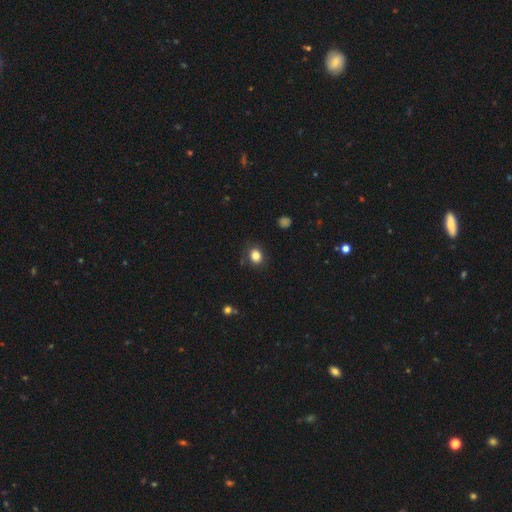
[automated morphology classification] This appears to be a smooth galaxy with no disk features (83%) that is round (62%). Merging: none (85%).